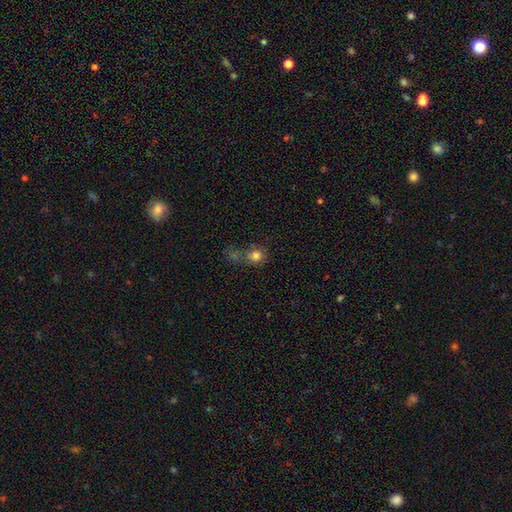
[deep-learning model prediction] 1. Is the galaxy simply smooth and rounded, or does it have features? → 78% smooth, 13% star or artifact, 8% featured or disk.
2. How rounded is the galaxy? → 82% round, 17% in between, 1% cigar-shaped.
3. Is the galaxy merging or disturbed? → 46% none, 30% merger, 14% minor disturbance, 10% major disturbance.